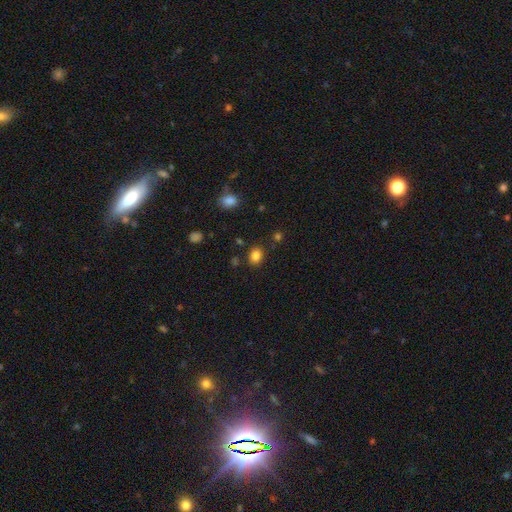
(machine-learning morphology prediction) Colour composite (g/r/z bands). It shows a smooth galaxy with no disk features (83%) that is round (51%). Merging: none (84%).